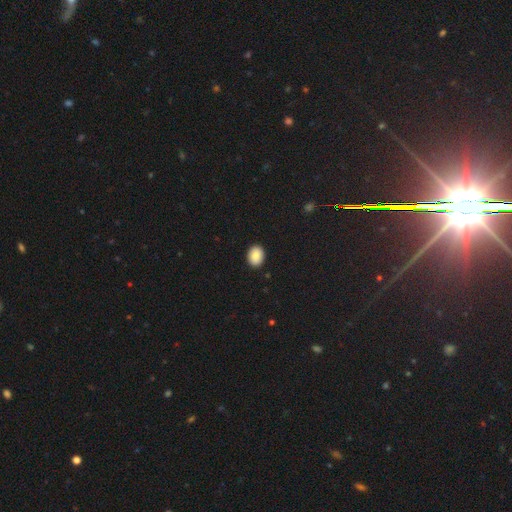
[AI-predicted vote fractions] smooth-or-featured: smooth: 88% | star or artifact: 8% | featured or disk: 4%
  how-rounded: in between: 61% | round: 38% | cigar-shaped: 1%
  merging: none: 91% | minor disturbance: 6% | major disturbance: 2% | merger: 1%